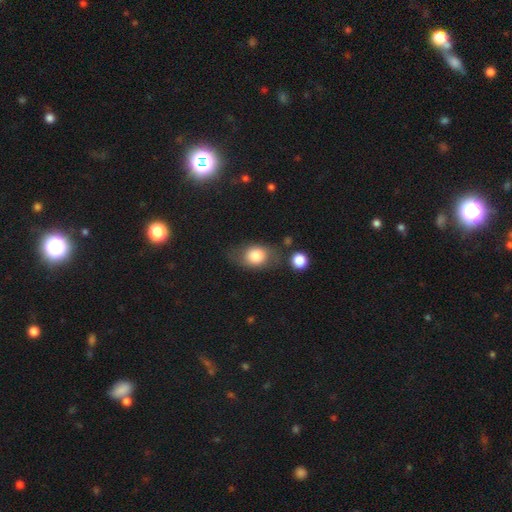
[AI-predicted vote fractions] A smooth galaxy with no disk features (78%) that is in between round and cigar-shaped (62%). Merging: none (62%).